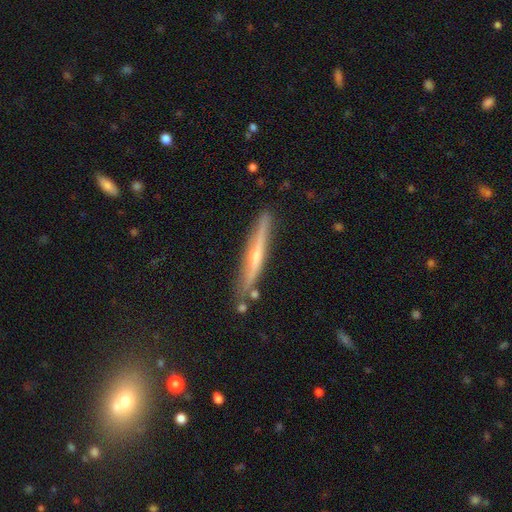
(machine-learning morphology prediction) Smooth or featured? featured or disk (67%)
Edge-on disk? yes (96%)
Edge-on bulge? rounded (71%)
Merging? none (85%)